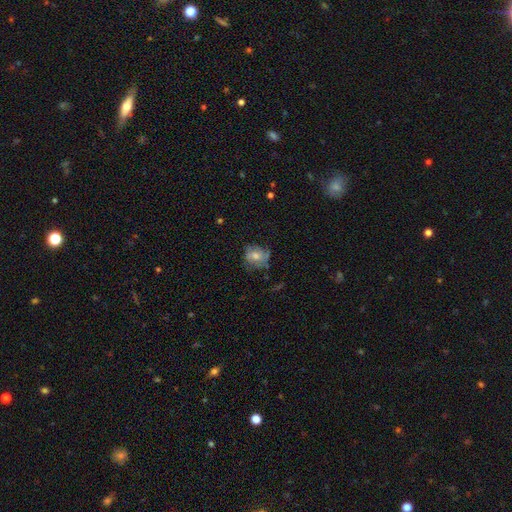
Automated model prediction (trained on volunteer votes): A featured or disk galaxy (49%). Merging: none (61%).